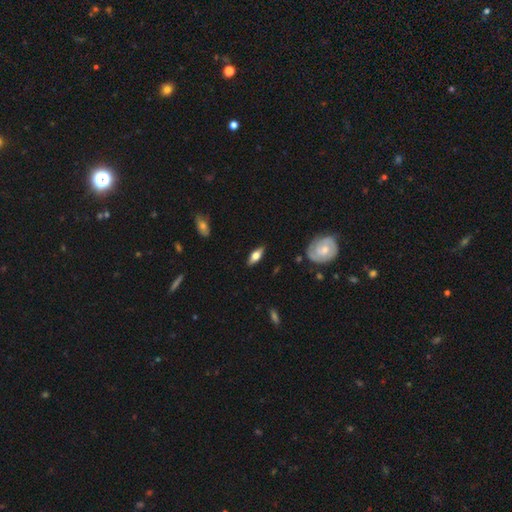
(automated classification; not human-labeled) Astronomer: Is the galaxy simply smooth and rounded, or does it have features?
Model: smooth — 49% (runner-up: featured or disk, 45%).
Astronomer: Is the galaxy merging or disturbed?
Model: none — 86%.